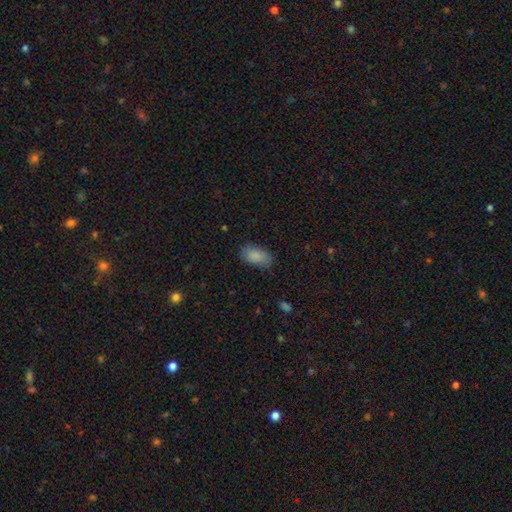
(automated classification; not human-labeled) Smooth or featured? smooth (88%)
How rounded? in between (93%)
Merging? none (81%)